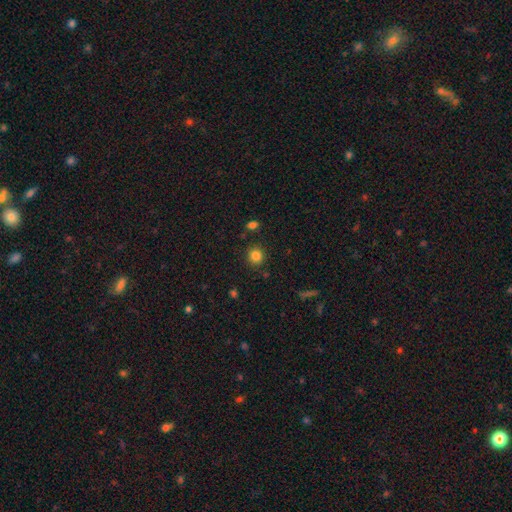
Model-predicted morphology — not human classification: Overall: smooth (84%). How rounded: round (89%). Merging: none (87%).